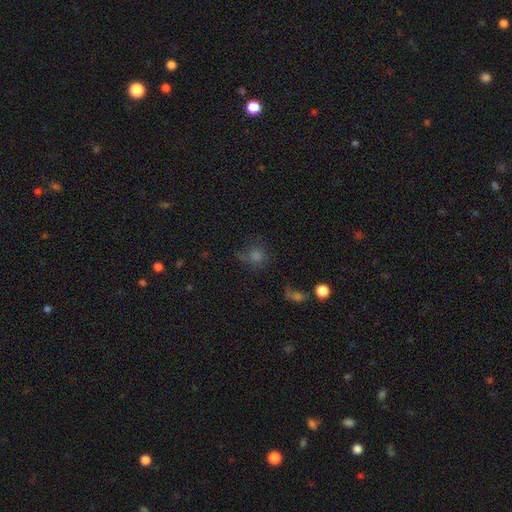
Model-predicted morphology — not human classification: Overall: smooth (58%; star or artifact 28%). How rounded: round (85%). Merging: none (65%).